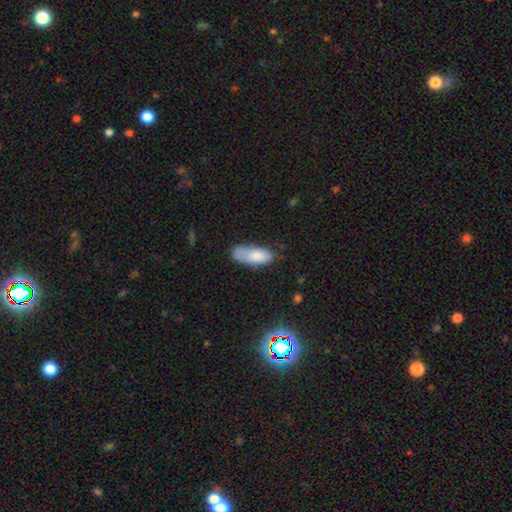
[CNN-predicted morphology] A smooth galaxy with no disk features (80%) that is in between round and cigar-shaped (80%).

Vote fractions:
- Smooth or featured? smooth: 80% / featured or disk: 13% / star or artifact: 7%
- How rounded? in between: 80% / cigar-shaped: 18% / round: 2%
- Merging? none: 51% / minor disturbance: 31% / major disturbance: 12% / merger: 6%